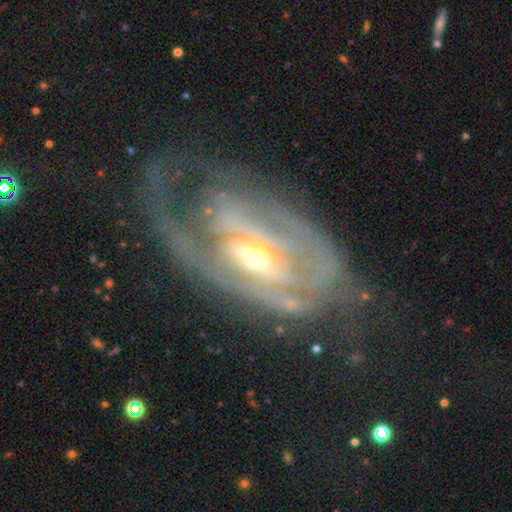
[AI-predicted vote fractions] smooth_or_featured: featured or disk (p=0.85) [alt: smooth p=0.09]
disk_edge_on: no (p=0.91) [alt: yes p=0.09]
bar: weak (p=0.38) [alt: no p=0.36]
has_spiral_arms: yes (p=0.80) [alt: no p=0.20]
spiral_winding: tight (p=0.51) [alt: medium p=0.32]
spiral_arm_count: 2 (p=0.37) [alt: can't tell p=0.34]
bulge_size: moderate (p=0.55) [alt: small p=0.38]
merging: none (p=0.42) [alt: major disturbance p=0.33]